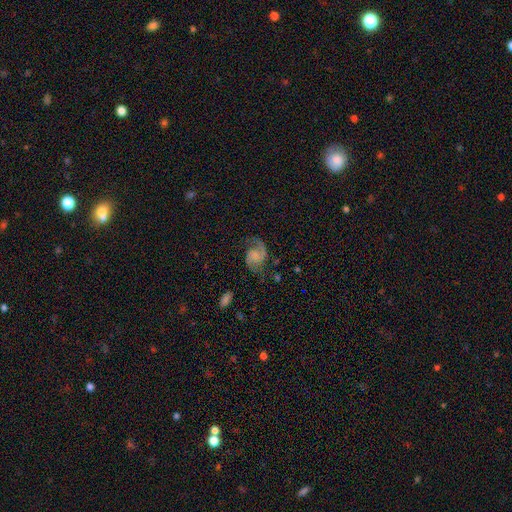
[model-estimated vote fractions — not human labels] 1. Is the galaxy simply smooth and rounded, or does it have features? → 81% featured or disk, 11% smooth, 7% star or artifact.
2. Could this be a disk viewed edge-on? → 98% no, 2% yes.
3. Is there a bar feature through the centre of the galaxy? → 59% no, 35% weak, 6% strong.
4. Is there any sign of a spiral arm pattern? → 96% yes, 4% no.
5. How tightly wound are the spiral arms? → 52% medium, 33% loose, 15% tight.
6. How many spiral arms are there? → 86% 2, 8% 1, 3% can't tell, 1% 3, 1% 4, 1% more than 4.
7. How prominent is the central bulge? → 44% none, 29% small, 19% moderate, 6% large, 2% dominant.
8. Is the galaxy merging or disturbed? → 67% none, 19% minor disturbance, 12% major disturbance, 2% merger.